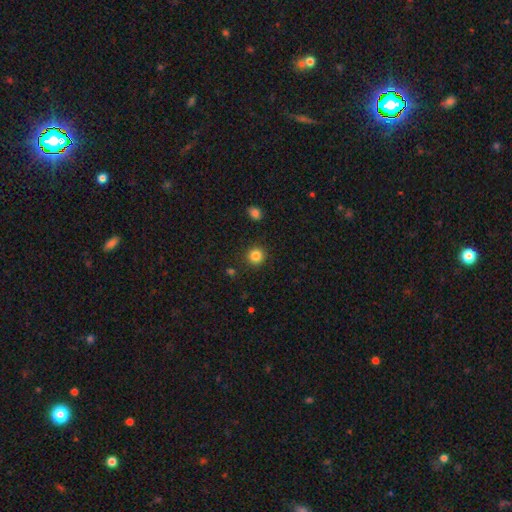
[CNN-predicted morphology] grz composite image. It shows a smooth galaxy with no disk features (85%) that is round (93%). Merging: none (91%).